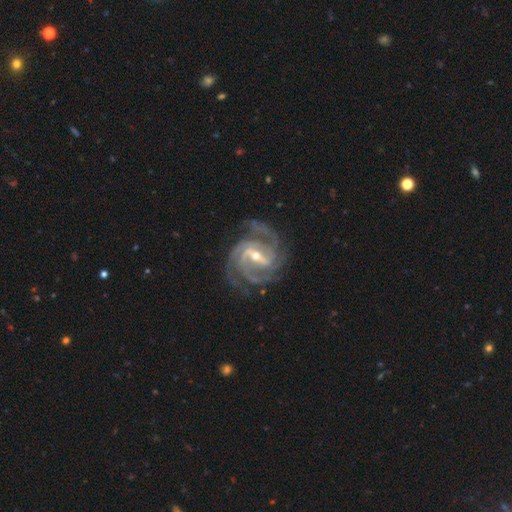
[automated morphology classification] Smooth or featured? Predicted: featured or disk (p=0.93). Edge-on disk? Predicted: no (p=0.98). Bar? Predicted: strong (p=0.49). Spiral arms? Predicted: yes (p=0.99). Spiral winding? Predicted: tight (p=0.55). Spiral arm count? Predicted: 3 (p=0.37). Bulge size? Predicted: small (p=0.50). Merging? Predicted: none (p=0.76).